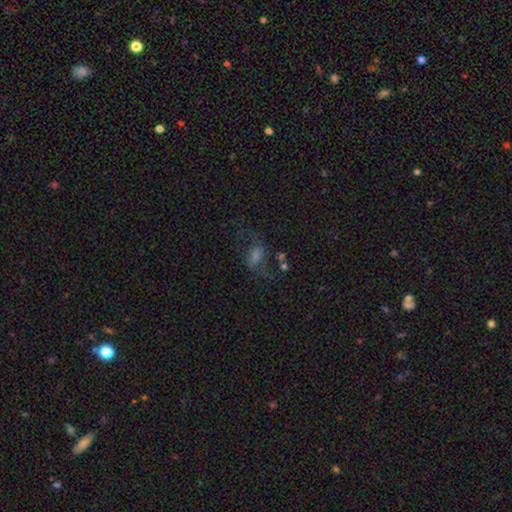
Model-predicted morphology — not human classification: The model was most divided on "smooth or featured": featured or disk: 44%, smooth: 32%, star or artifact: 24%. More confident: merging — none (52%).